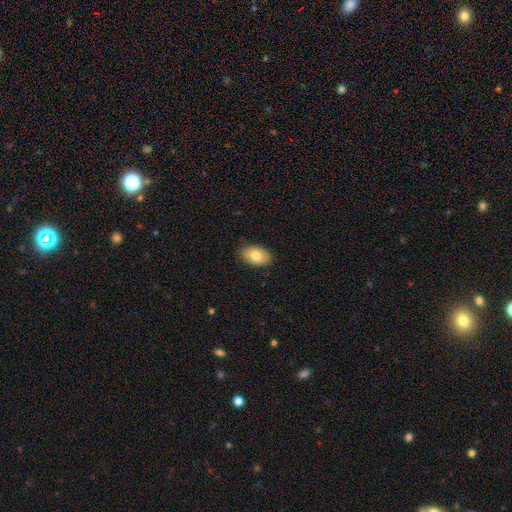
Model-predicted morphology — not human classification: The model was most divided on "smooth or featured": smooth: 80%, featured or disk: 13%, star or artifact: 7%. More confident: how rounded — in between (91%); merging — none (84%).